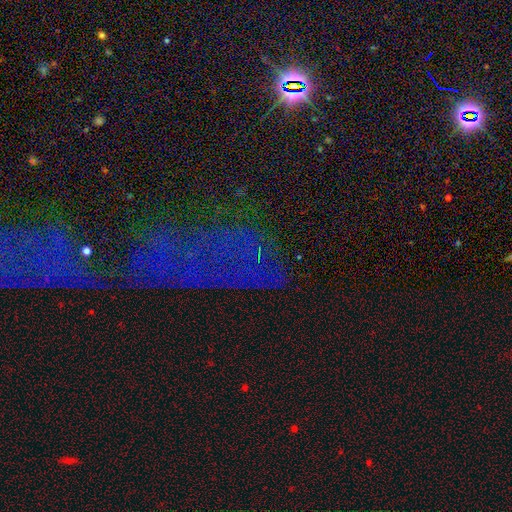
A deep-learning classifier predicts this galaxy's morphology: A star or artifact, not a galaxy (71%).

Vote fractions:
- Smooth or featured? star or artifact: 71% / featured or disk: 15% / smooth: 14%